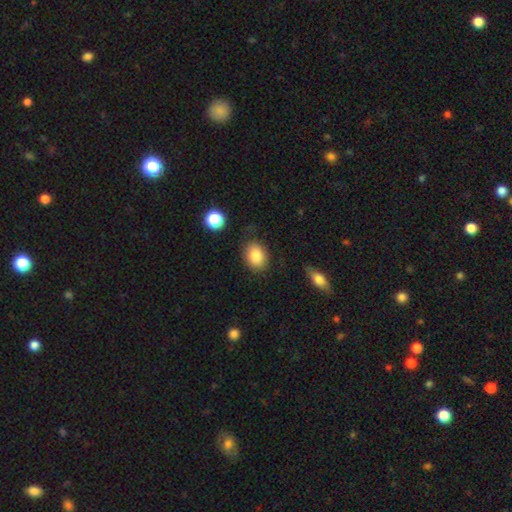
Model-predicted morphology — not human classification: Overall: smooth (85%). How rounded: in between (67%; round 32%). Merging: none (80%).